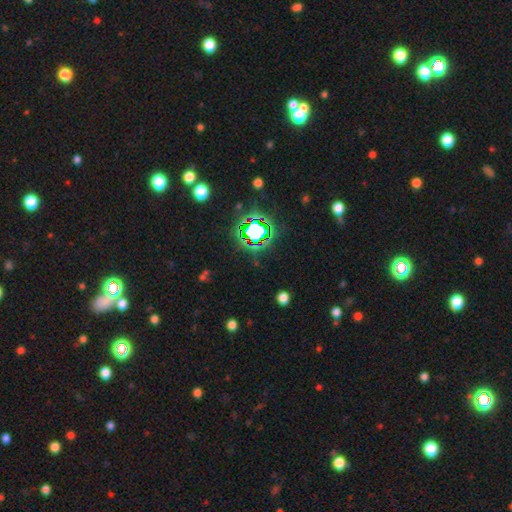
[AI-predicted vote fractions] A star or artifact, not a galaxy (80%).

Vote fractions:
- Smooth or featured? star or artifact: 80% / smooth: 13% / featured or disk: 8%